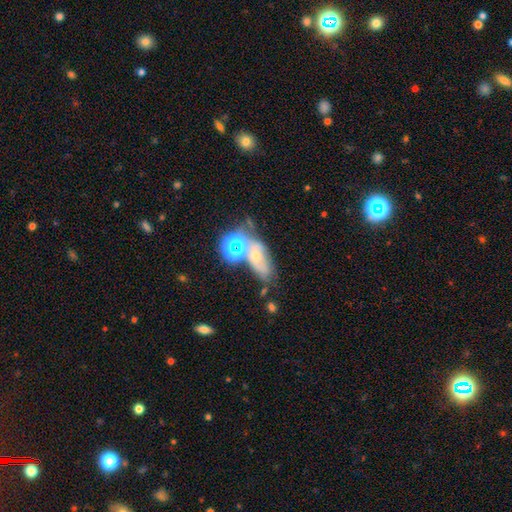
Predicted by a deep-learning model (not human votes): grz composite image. It shows a smooth galaxy with no disk features (35%, tied with star or artifact). Merging: none (35%).